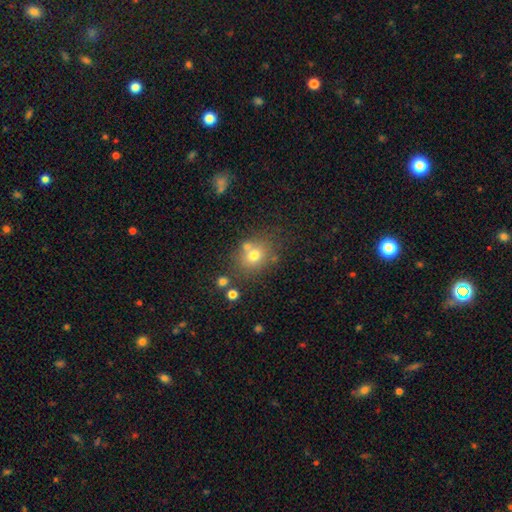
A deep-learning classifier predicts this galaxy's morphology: smooth 61%, star or artifact 30%, featured or disk 9%. Down the decision tree: how rounded — round (79%); merging — none (78%).